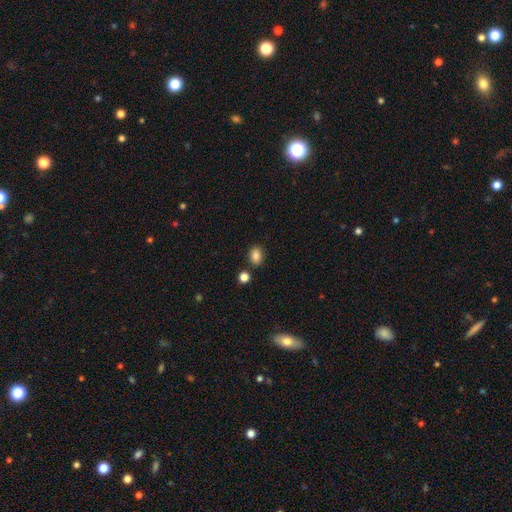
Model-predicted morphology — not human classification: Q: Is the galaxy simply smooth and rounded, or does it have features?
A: smooth — 84%.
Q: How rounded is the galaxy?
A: in between — 66%.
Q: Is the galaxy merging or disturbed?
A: none — 82%.